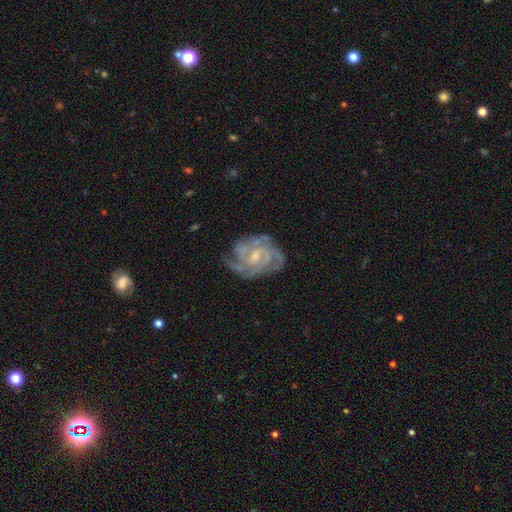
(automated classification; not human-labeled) Overall: featured or disk (89%). Edge-on disk: no (98%). Bar: no (56%; weak 37%). Spiral arms: yes (98%). Spiral arm count: 3 (30%; 4 28%). Spiral winding: tight (64%; medium 31%). Bulge size: small (60%; moderate 35%). Merging: none (73%).